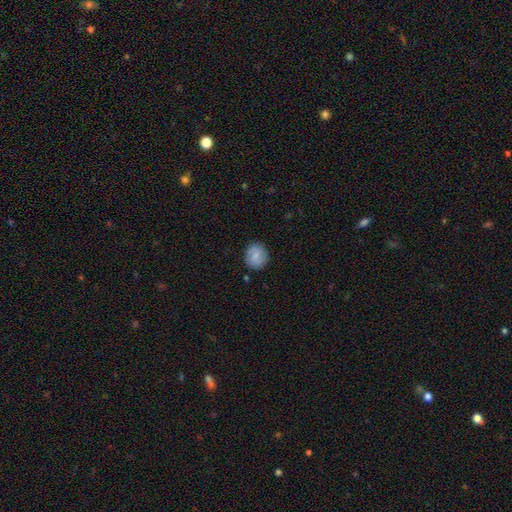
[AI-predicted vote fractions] Q: Smooth or featured?
A: smooth (76%); runner-up: featured or disk (16%)
Q: How rounded?
A: round (79%); runner-up: in between (20%)
Q: Merging?
A: none (85%); runner-up: minor disturbance (11%)